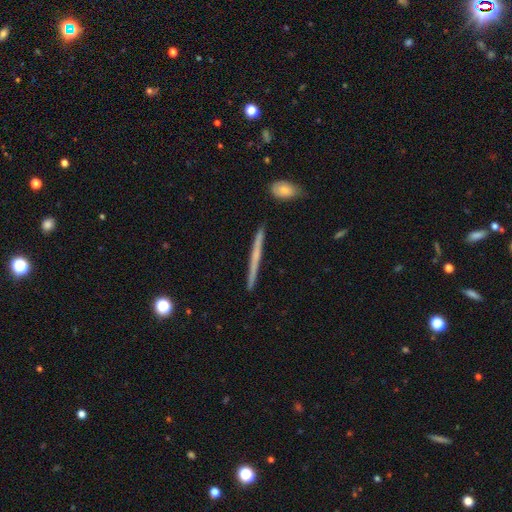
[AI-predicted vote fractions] Q: Smooth or featured?
A: featured or disk (57%); runner-up: smooth (37%)
Q: Edge-on disk?
A: yes (98%); runner-up: no (2%)
Q: Edge-on bulge?
A: none (75%); runner-up: rounded (20%)
Q: Merging?
A: none (91%); runner-up: minor disturbance (6%)